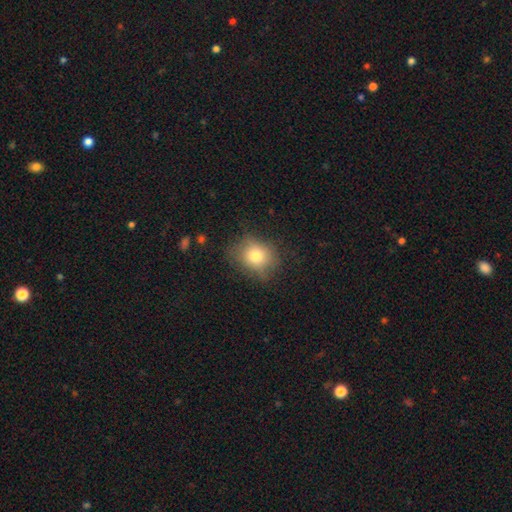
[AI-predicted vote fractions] Overall: smooth (76%). How rounded: round (65%; in between 34%). Merging: none (71%).